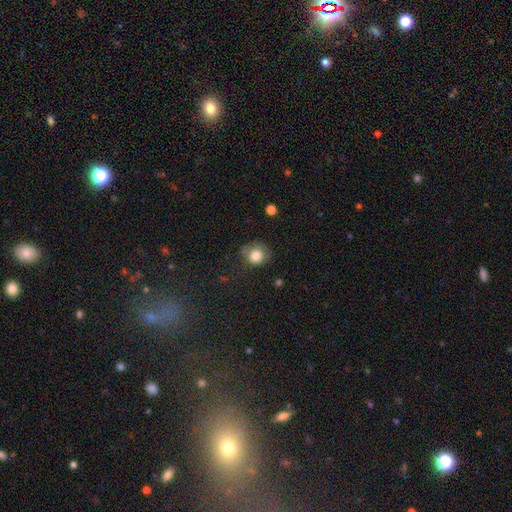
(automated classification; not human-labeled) Smooth or featured? smooth (79%)
How rounded? round (80%)
Merging? none (60%)